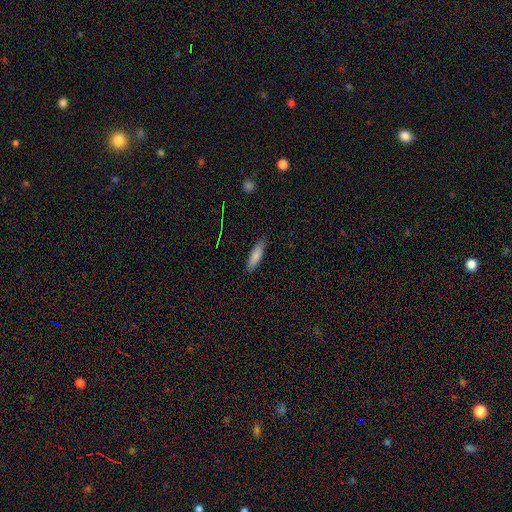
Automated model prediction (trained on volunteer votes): Morphology: type=smooth (82%); roundness=cigar-shaped (61%); merging=none (86%).